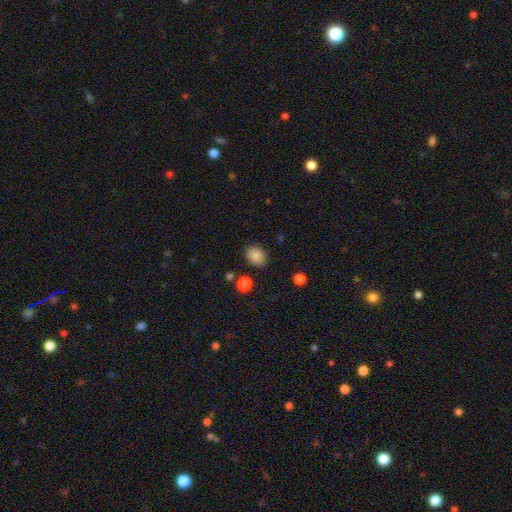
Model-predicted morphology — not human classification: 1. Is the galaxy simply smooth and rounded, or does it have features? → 87% smooth, 9% star or artifact, 4% featured or disk.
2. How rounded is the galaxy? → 58% in between, 41% round, 1% cigar-shaped.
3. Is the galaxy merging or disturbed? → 84% none, 11% minor disturbance, 3% major disturbance, 3% merger.